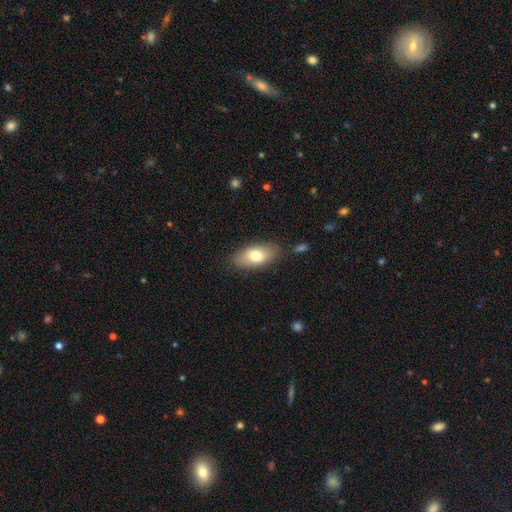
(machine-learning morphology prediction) smooth_or_featured: smooth (p=0.76) [alt: featured or disk p=0.17]
how_rounded: in between (p=0.88) [alt: cigar-shaped p=0.07]
merging: none (p=0.81) [alt: minor disturbance p=0.13]